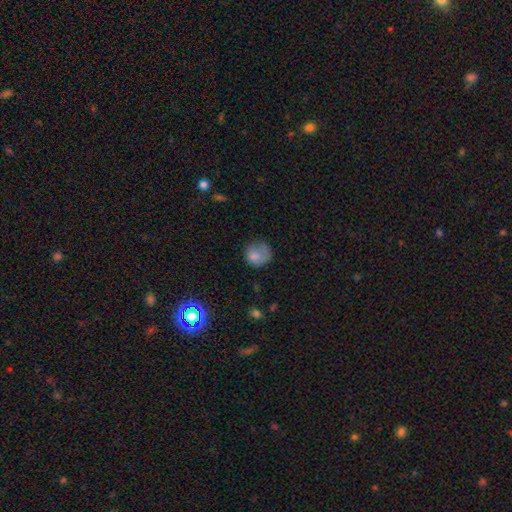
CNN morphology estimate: This is likely a smooth galaxy (77%). How rounded: likely round (80%). Merging: possibly none (49%).